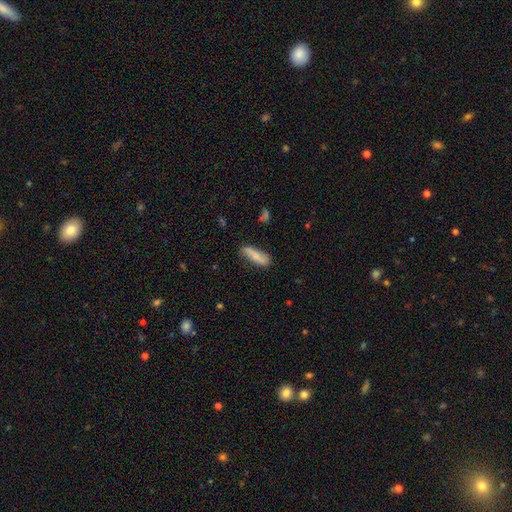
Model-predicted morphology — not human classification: smooth-or-featured: smooth: 61% | featured or disk: 32% | star or artifact: 6%
  how-rounded: cigar-shaped: 57% | in between: 41% | round: 2%
  merging: none: 76% | minor disturbance: 18% | major disturbance: 4% | merger: 2%